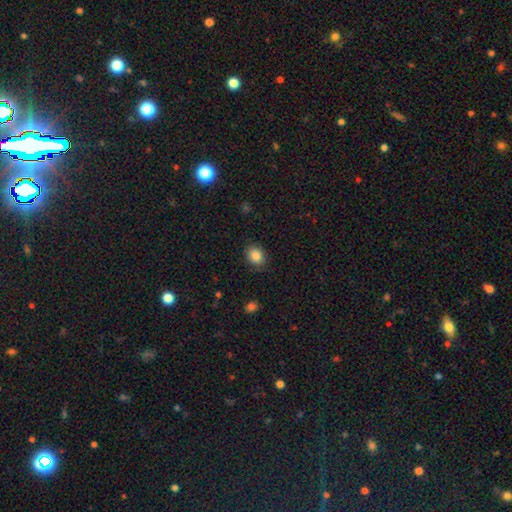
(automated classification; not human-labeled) Smooth or featured? Predicted: smooth (p=0.86). How rounded? Predicted: in between (p=0.50). Merging? Predicted: none (p=0.83).